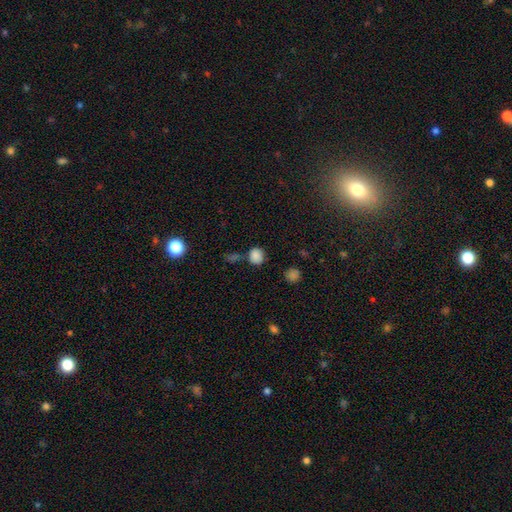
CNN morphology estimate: A smooth galaxy with no disk features (82%) that is round (81%). Merging: none (70%).